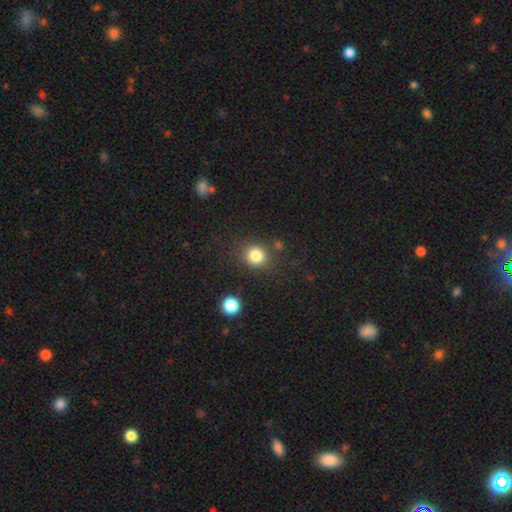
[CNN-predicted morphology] Smooth or featured?
  - smooth: 83% *
  - star or artifact: 11%
  - featured or disk: 5%
How rounded?
  - round: 84% *
  - in between: 15%
  - cigar-shaped: 1%
Merging?
  - none: 81% *
  - minor disturbance: 10%
  - merger: 5%
  - major disturbance: 4%